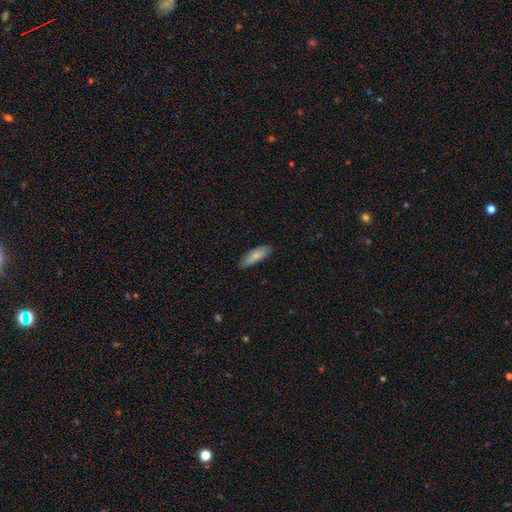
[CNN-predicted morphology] This is likely a smooth galaxy (79%). How rounded: possibly in between (55%). Merging: clearly none (86%).